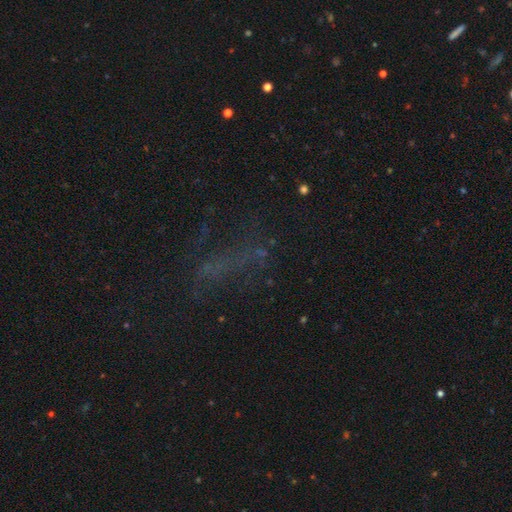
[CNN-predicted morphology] Q: Smooth or featured?
A: star or artifact (49%); runner-up: smooth (28%)